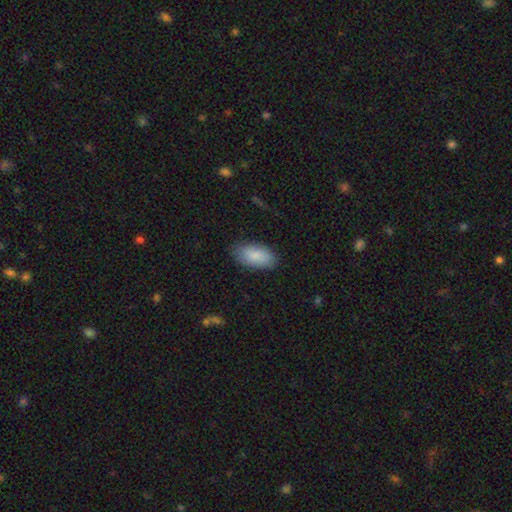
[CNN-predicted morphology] This appears to be a smooth galaxy with no disk features (85%) that is in between round and cigar-shaped (94%). Merging: none (82%).